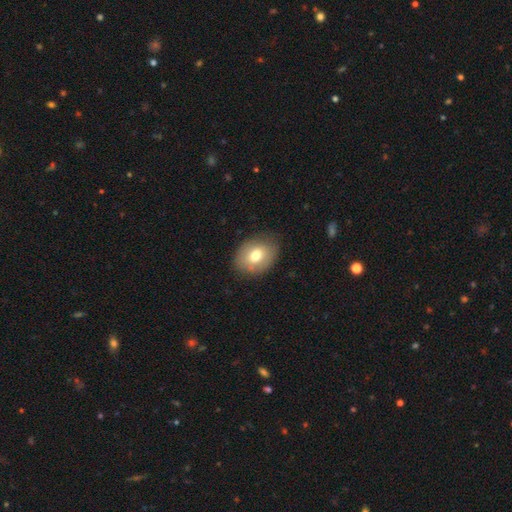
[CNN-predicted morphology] smooth-or-featured: smooth: 73% | featured or disk: 18% | star or artifact: 9%
  how-rounded: in between: 65% | round: 34% | cigar-shaped: 1%
  merging: none: 80% | minor disturbance: 15% | major disturbance: 4% | merger: 1%